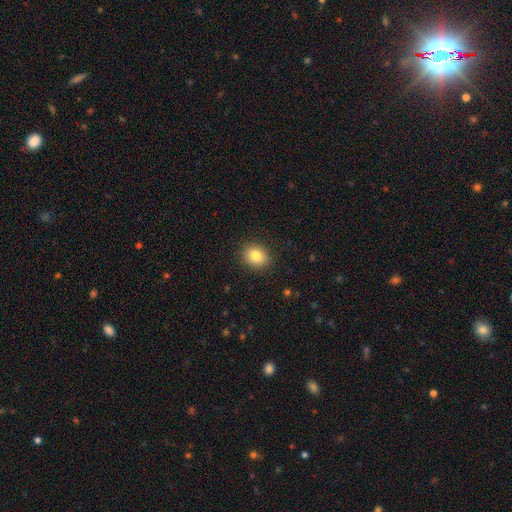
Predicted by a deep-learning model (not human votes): Q: Smooth or featured?
A: smooth (83%); runner-up: star or artifact (10%)
Q: How rounded?
A: round (62%); runner-up: in between (37%)
Q: Merging?
A: none (89%); runner-up: minor disturbance (7%)